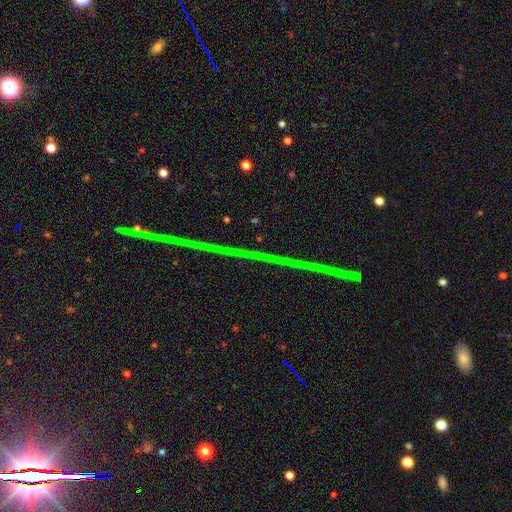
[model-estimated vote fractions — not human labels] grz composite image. It shows a star or artifact, not a galaxy (82%).